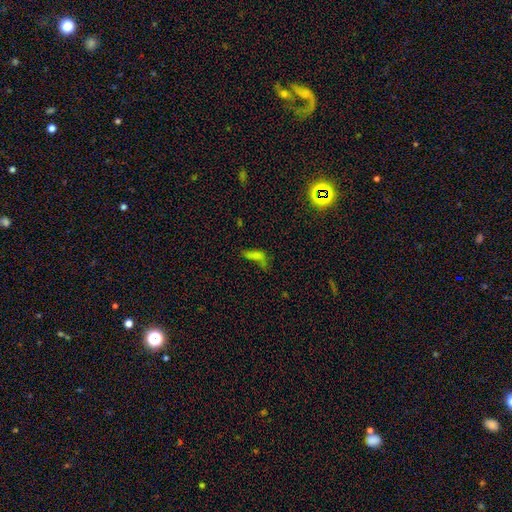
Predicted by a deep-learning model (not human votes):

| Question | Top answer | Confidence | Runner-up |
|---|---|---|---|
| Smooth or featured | smooth | 63% | star or artifact (22%) |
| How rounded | in between | 55% | cigar-shaped (40%) |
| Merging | none | 32% | major disturbance (28%) |